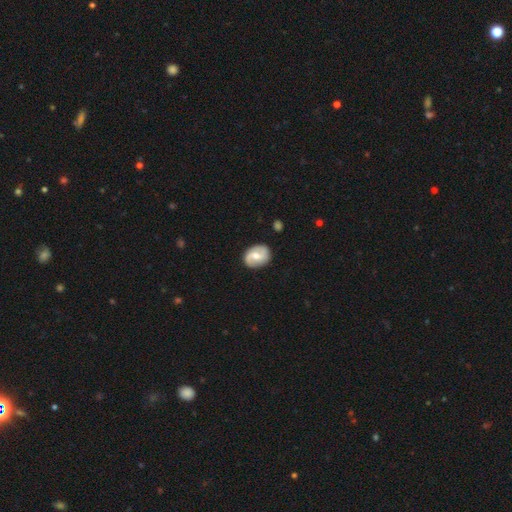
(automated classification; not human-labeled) Smooth or featured: featured or disk — 61% (smooth — 33%)
Edge-on disk: no — 97% (yes — 3%)
Bar: weak — 45% (no — 40%)
Spiral arms: yes — 84% (no — 16%)
Spiral winding: medium — 40% (loose — 39%)
Spiral arm count: 2 — 88% (can't tell — 6%)
Bulge size: moderate — 67% (small — 26%)
Merging: none — 84% (minor disturbance — 12%)